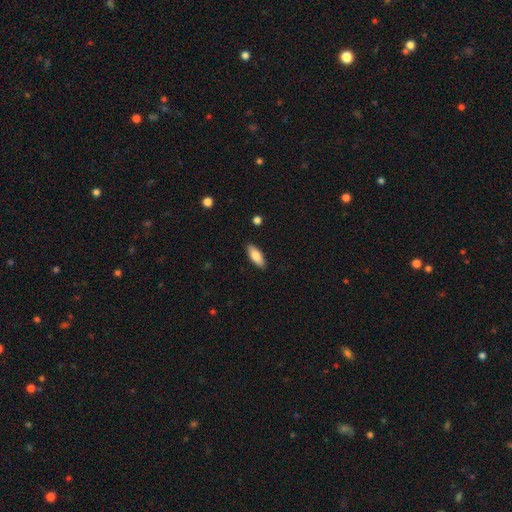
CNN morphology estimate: Smooth or featured?
  - smooth: 81% *
  - featured or disk: 13%
  - star or artifact: 6%
How rounded?
  - in between: 77% *
  - cigar-shaped: 21%
  - round: 2%
Merging?
  - none: 89% *
  - minor disturbance: 8%
  - major disturbance: 2%
  - merger: 1%